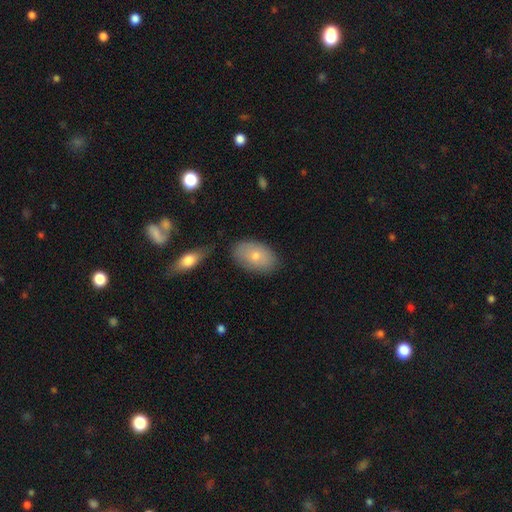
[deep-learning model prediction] smooth-or-featured: smooth: 74% | featured or disk: 19% | star or artifact: 7%
  how-rounded: in between: 92% | round: 7% | cigar-shaped: 2%
  merging: none: 77% | minor disturbance: 15% | merger: 5% | major disturbance: 3%